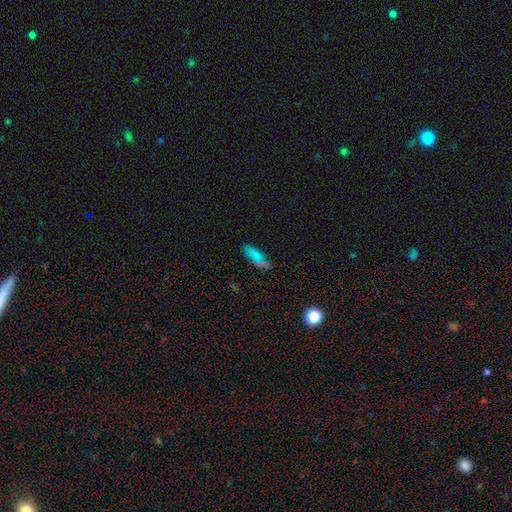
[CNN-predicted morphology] smooth 73%, star or artifact 17%, featured or disk 10%. Down the decision tree: how rounded — in between (58%); merging — none (77%).